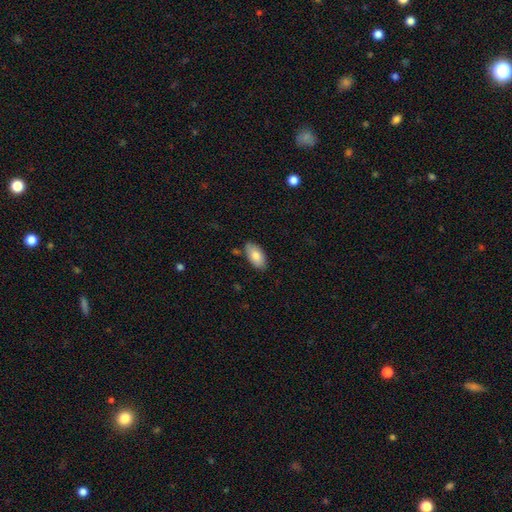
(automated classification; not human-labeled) Overall: smooth (80%). How rounded: in between (94%). Merging: none (81%).